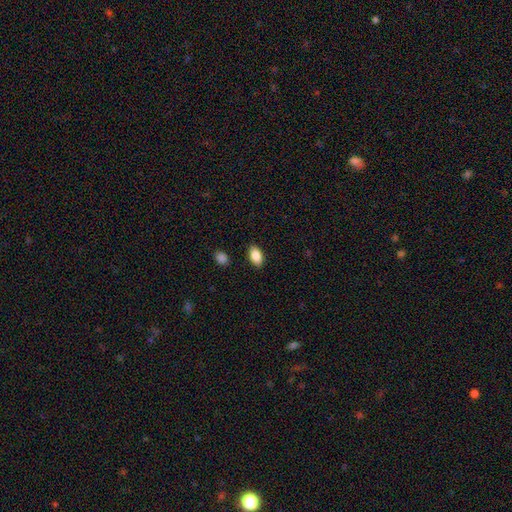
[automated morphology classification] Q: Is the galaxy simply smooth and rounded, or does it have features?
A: smooth — 87%.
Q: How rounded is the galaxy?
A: in between — 92%.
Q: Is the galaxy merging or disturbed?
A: none — 88%.